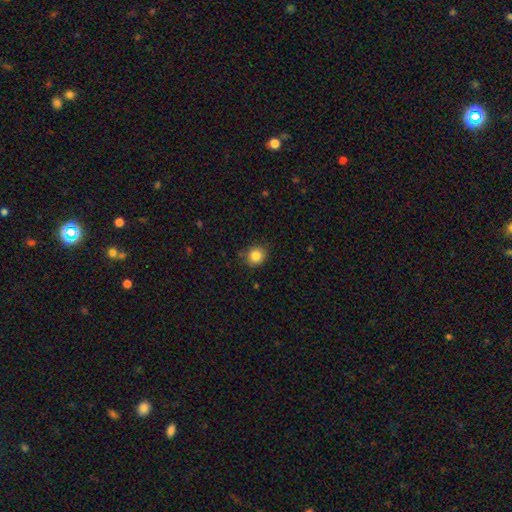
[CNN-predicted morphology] Smooth or featured? Predicted: smooth (p=0.85). How rounded? Predicted: round (p=0.83). Merging? Predicted: none (p=0.83).